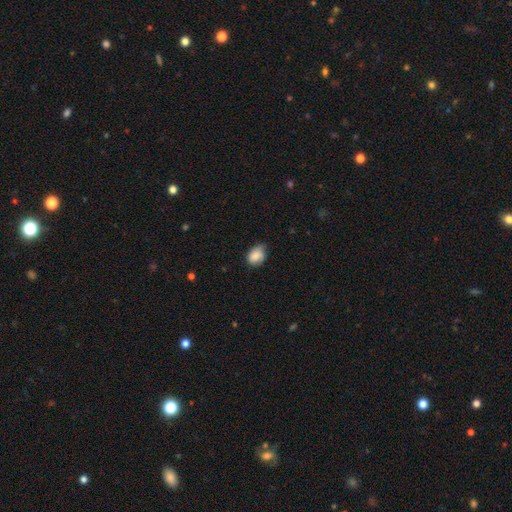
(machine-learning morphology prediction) smooth-or-featured: smooth: 81% | featured or disk: 12% | star or artifact: 8%
  how-rounded: in between: 68% | round: 30% | cigar-shaped: 1%
  merging: none: 54% | minor disturbance: 38% | major disturbance: 7% | merger: 1%